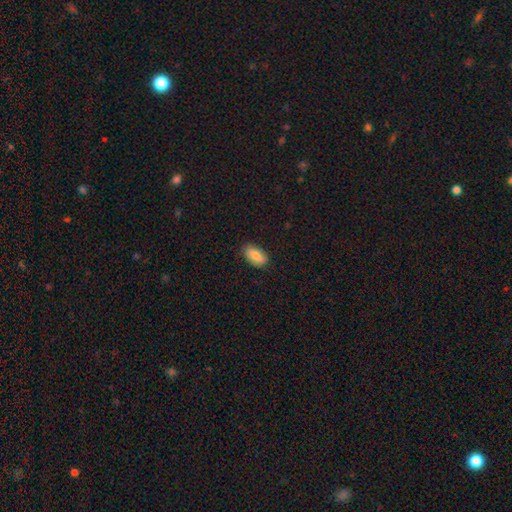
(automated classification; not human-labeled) Smooth or featured: smooth — 85% (featured or disk — 9%)
How rounded: in between — 91% (cigar-shaped — 5%)
Merging: none — 83% (minor disturbance — 13%)